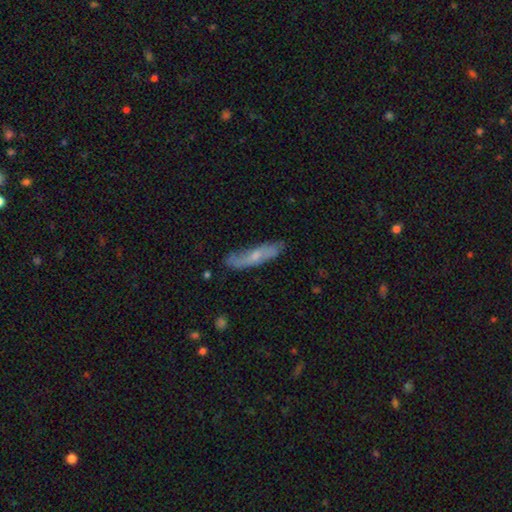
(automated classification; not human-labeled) featured or disk 52%, smooth 41%, star or artifact 7%. Down the decision tree: edge-on disk — no (56%); merging — none (71%).